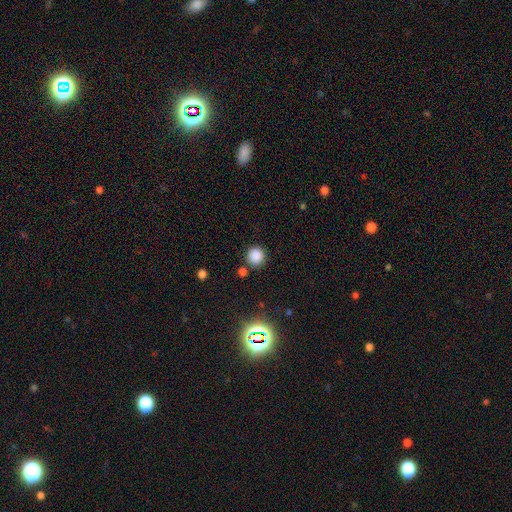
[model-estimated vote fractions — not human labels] Overall: smooth (83%). How rounded: round (93%). Merging: none (82%).